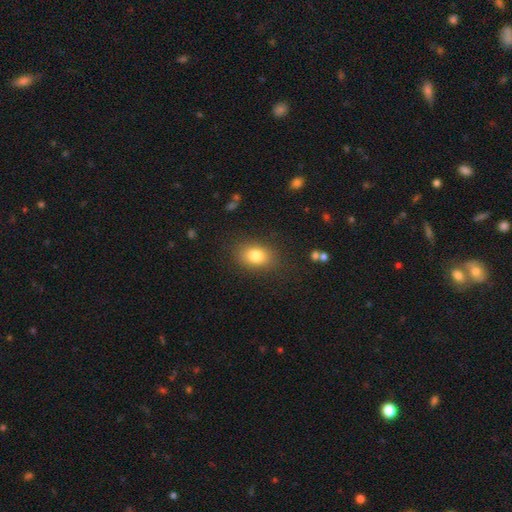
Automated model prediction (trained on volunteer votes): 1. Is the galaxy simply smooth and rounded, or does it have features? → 81% smooth, 10% star or artifact, 9% featured or disk.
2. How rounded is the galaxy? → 73% in between, 25% round, 1% cigar-shaped.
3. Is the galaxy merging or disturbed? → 83% none, 11% minor disturbance, 4% major disturbance, 1% merger.